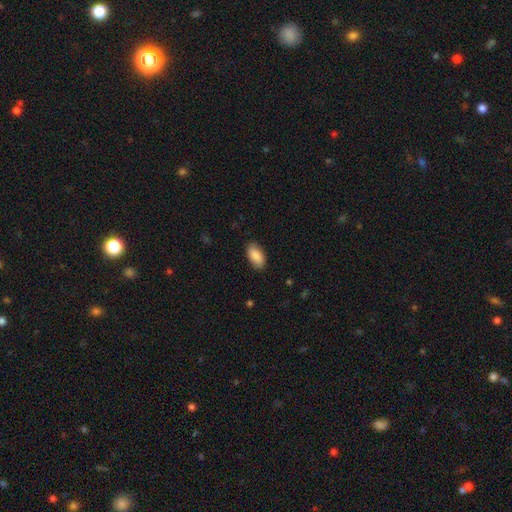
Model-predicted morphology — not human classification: type=smooth (88%); roundness=in between (94%); merging=none (86%).